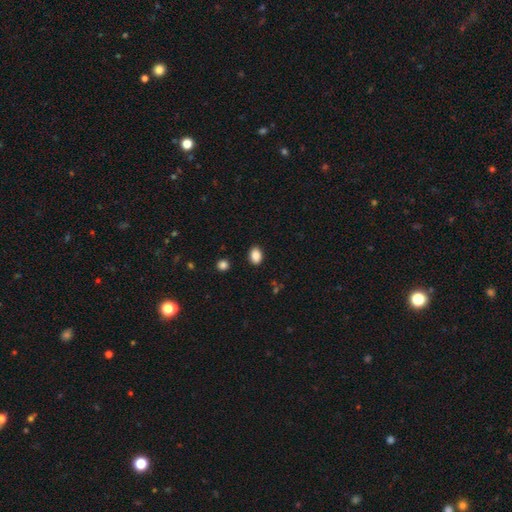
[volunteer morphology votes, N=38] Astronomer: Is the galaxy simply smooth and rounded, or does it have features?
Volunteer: smooth — 89%.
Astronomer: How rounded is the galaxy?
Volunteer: in between — 79%.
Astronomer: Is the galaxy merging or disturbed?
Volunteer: none — 94%.